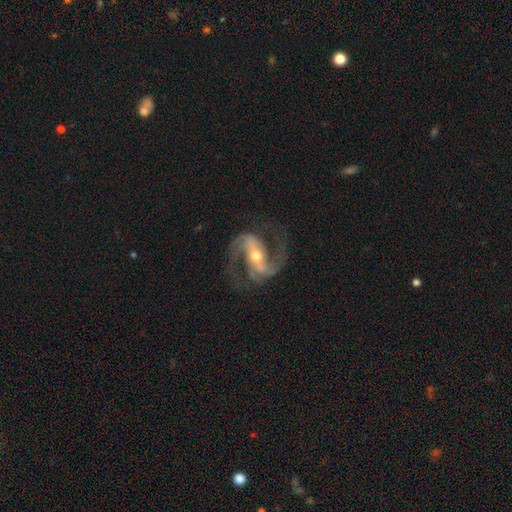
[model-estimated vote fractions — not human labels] A featured or disk galaxy (92%) with a strong bar (53%), 2 (92%) medium (59%) spiral arms (98%) and a moderate central bulge (61%). Merging: none (77%).